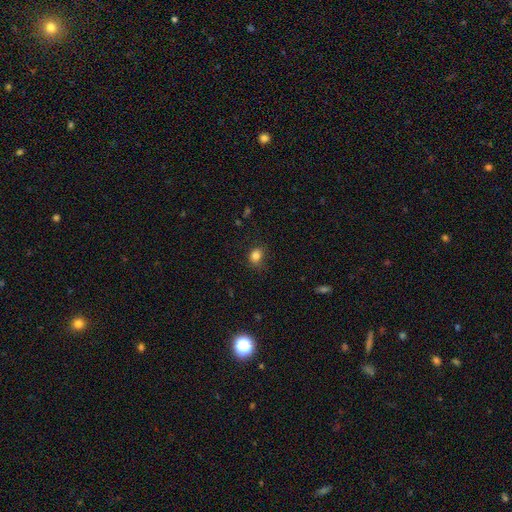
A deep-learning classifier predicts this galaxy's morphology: smooth 83%, star or artifact 12%, featured or disk 5%. Down the decision tree: how rounded — round (53%); merging — none (73%).